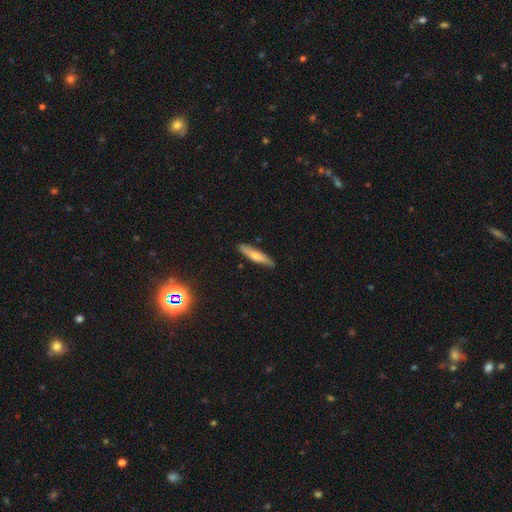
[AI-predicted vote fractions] smooth_or_featured: smooth (p=0.63) [alt: featured or disk p=0.30]
how_rounded: cigar-shaped (p=0.85) [alt: in between p=0.13]
merging: none (p=0.86) [alt: minor disturbance p=0.11]